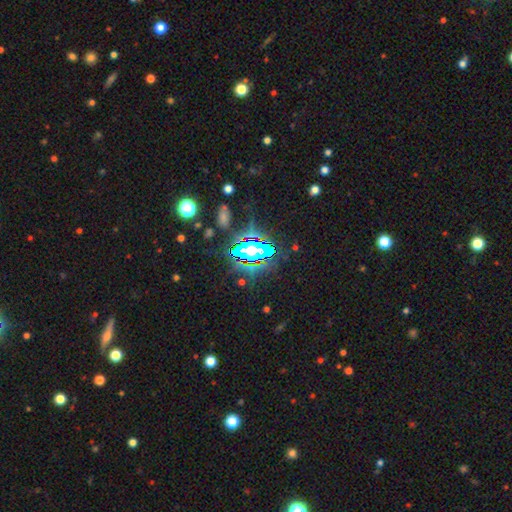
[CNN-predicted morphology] smooth_or_featured: star or artifact (p=0.71) [alt: smooth p=0.15]